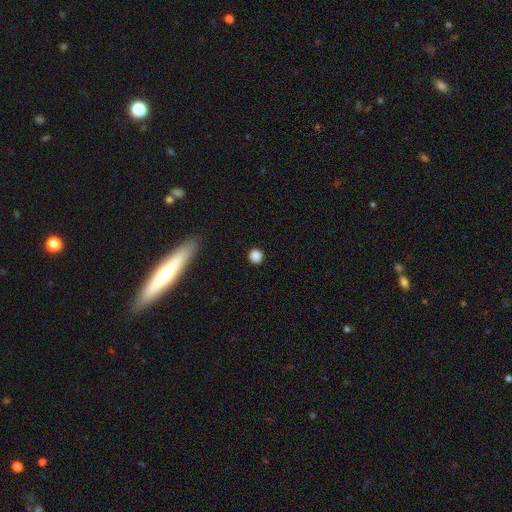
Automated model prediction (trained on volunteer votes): smooth-or-featured: smooth: 86% | star or artifact: 11% | featured or disk: 3%
  how-rounded: round: 93% | in between: 6% | cigar-shaped: 1%
  merging: none: 91% | minor disturbance: 6% | major disturbance: 2% | merger: 1%